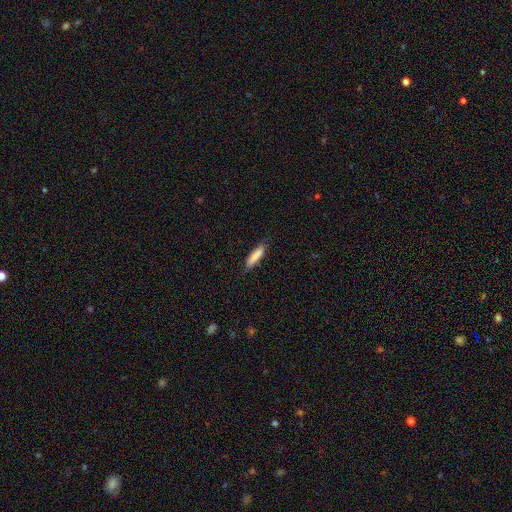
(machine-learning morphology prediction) Smooth or featured? smooth (83%)
How rounded? cigar-shaped (76%)
Merging? none (79%)